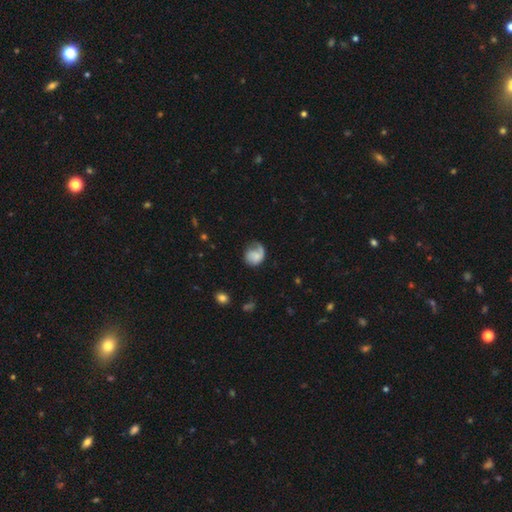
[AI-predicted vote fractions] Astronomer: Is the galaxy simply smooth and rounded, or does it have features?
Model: smooth — 47% (runner-up: featured or disk, 45%).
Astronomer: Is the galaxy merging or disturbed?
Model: none — 41% (runner-up: major disturbance, 28%).